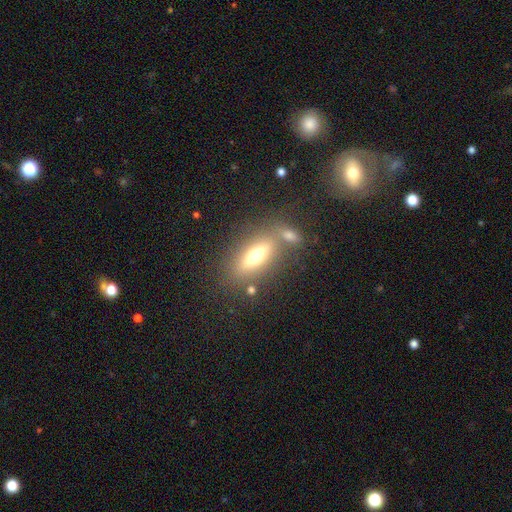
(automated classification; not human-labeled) Overall: smooth (50%; featured or disk 40%). Merging: none (63%).